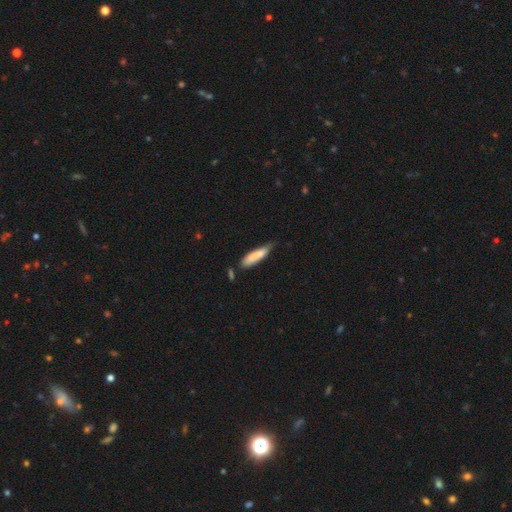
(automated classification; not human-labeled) Smooth or featured? smooth (82%)
How rounded? cigar-shaped (75%)
Merging? none (54%)